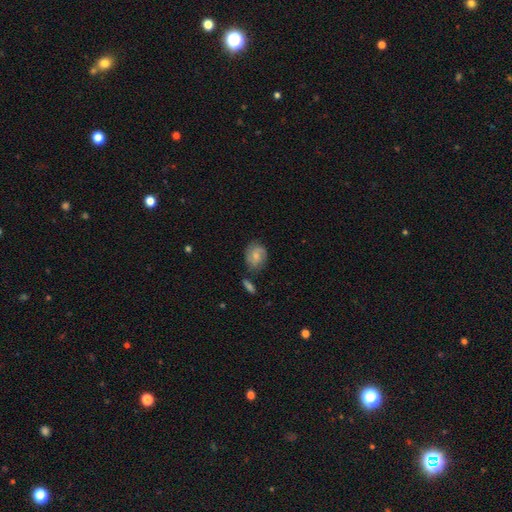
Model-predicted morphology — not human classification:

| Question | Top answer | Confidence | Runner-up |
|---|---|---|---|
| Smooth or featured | featured or disk | 52% | smooth (40%) |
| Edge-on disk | no | 97% | yes (3%) |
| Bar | no | 59% | weak (36%) |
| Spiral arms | yes | 88% | no (12%) |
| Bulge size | small | 55% | moderate (35%) |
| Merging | none | 68% | minor disturbance (20%) |